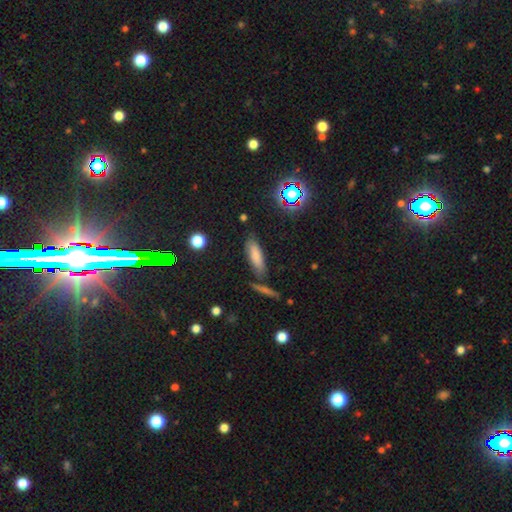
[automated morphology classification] Q: Smooth or featured?
A: smooth (77%); runner-up: star or artifact (12%)
Q: How rounded?
A: in between (52%); runner-up: cigar-shaped (44%)
Q: Merging?
A: none (75%); runner-up: minor disturbance (14%)